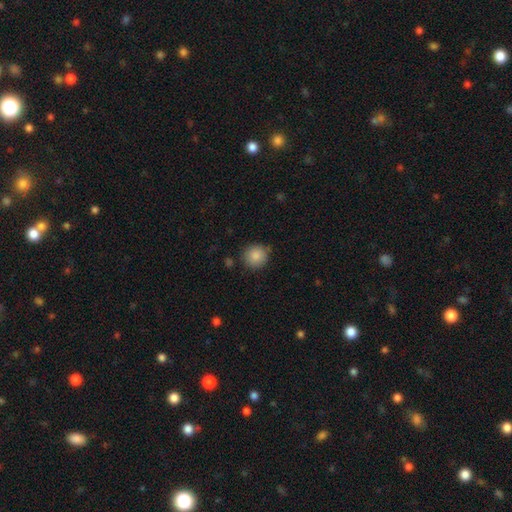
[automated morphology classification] smooth-or-featured: smooth: 87% | star or artifact: 8% | featured or disk: 4%
  how-rounded: round: 91% | in between: 8% | cigar-shaped: 1%
  merging: none: 82% | minor disturbance: 12% | merger: 3% | major disturbance: 3%